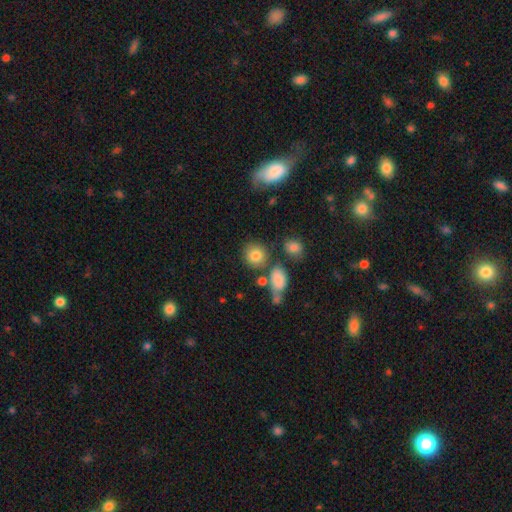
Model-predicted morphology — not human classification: Overall: smooth (81%). How rounded: round (81%). Merging: none (72%).